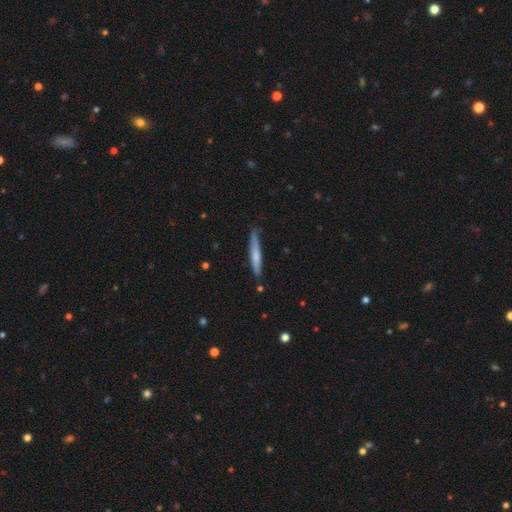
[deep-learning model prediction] Overall: smooth (63%; featured or disk 31%). How rounded: cigar-shaped (94%). Merging: none (79%).